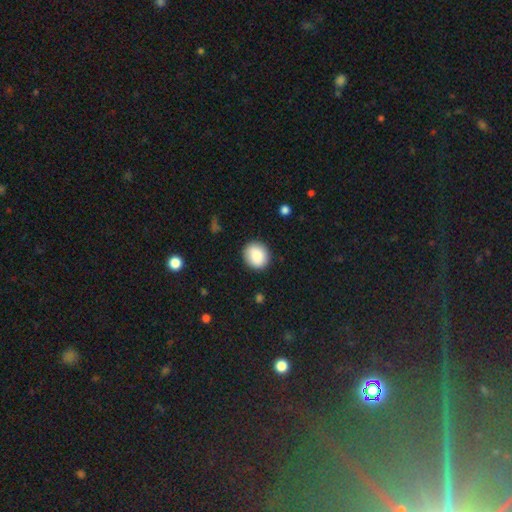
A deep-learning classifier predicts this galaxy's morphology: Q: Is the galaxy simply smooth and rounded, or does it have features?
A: smooth — 87%.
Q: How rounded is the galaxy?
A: round — 81%.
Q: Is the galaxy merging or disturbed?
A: none — 88%.